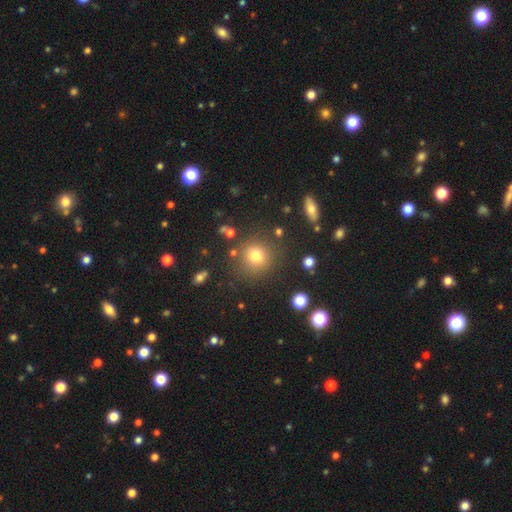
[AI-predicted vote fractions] Q: Smooth or featured?
A: smooth (76%); runner-up: star or artifact (16%)
Q: How rounded?
A: round (89%); runner-up: in between (10%)
Q: Merging?
A: none (82%); runner-up: minor disturbance (10%)